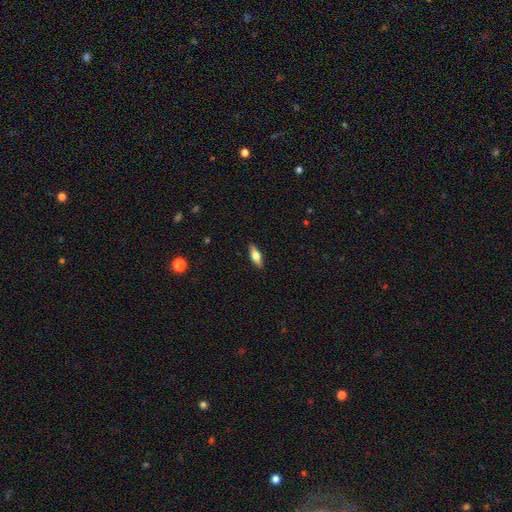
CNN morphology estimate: The model was most divided on "how rounded": in between: 62%, cigar-shaped: 35%, round: 3%. More confident: merging — none (89%); smooth or featured — smooth (64%).